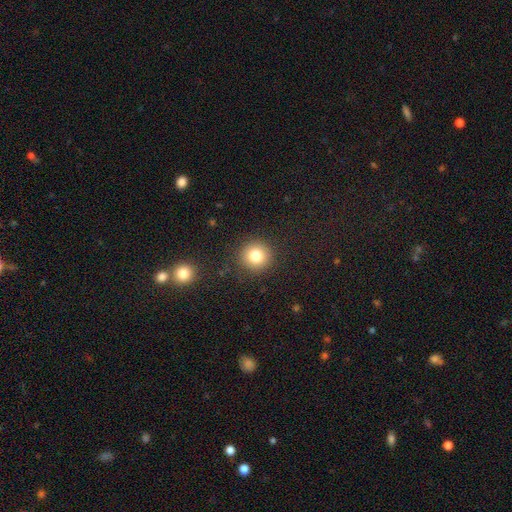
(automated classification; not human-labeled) Smooth or featured: smooth — 80% (star or artifact — 12%)
How rounded: round — 94% (in between — 5%)
Merging: none — 89% (minor disturbance — 7%)